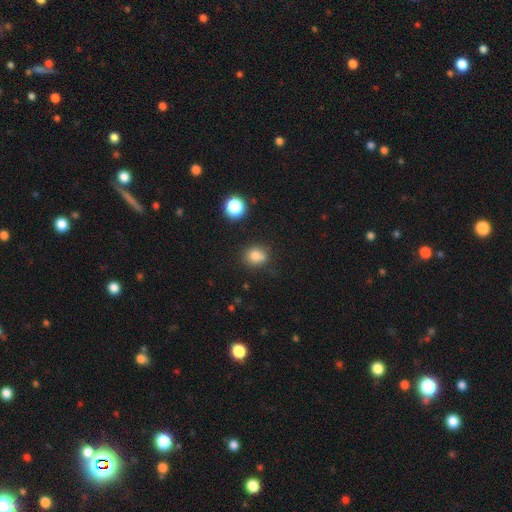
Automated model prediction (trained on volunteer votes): Smooth or featured? Predicted: smooth (p=0.78). How rounded? Predicted: round (p=0.72). Merging? Predicted: none (p=0.57).